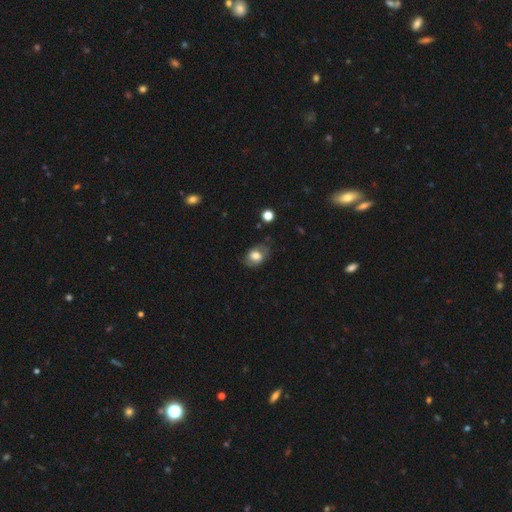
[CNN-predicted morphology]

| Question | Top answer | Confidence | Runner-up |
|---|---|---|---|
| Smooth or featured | smooth | 55% | featured or disk (36%) |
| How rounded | in between | 69% | round (30%) |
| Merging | none | 70% | minor disturbance (21%) |